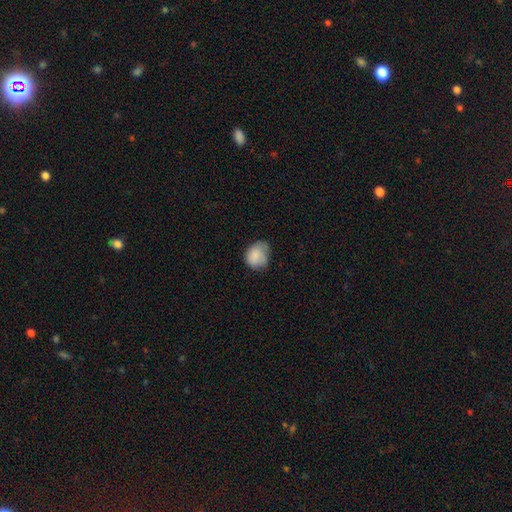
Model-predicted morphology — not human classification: A smooth galaxy with no disk features (83%) that is round (56%).

Vote fractions:
- Smooth or featured? smooth: 83% / featured or disk: 9% / star or artifact: 8%
- How rounded? round: 56% / in between: 43% / cigar-shaped: 1%
- Merging? none: 46% / minor disturbance: 40% / major disturbance: 12% / merger: 2%